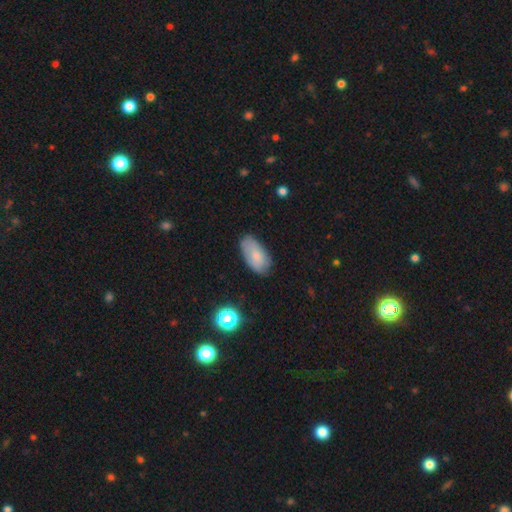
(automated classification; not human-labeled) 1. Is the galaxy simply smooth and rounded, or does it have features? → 76% smooth, 16% featured or disk, 8% star or artifact.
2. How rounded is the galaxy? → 94% in between, 3% round, 3% cigar-shaped.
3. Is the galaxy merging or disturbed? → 71% none, 22% minor disturbance, 5% major disturbance, 2% merger.